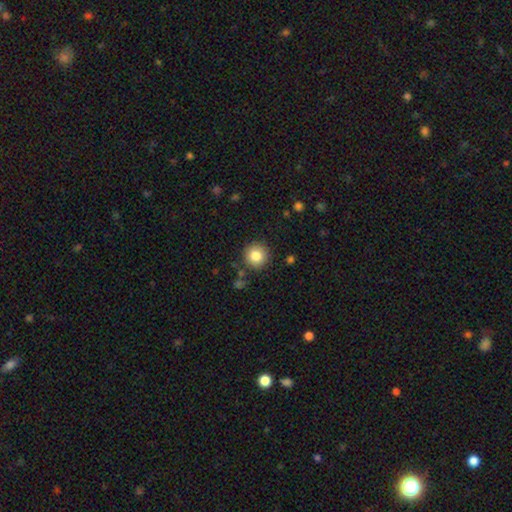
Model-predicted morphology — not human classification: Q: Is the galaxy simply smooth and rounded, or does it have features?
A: smooth — 83%.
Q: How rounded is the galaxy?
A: round — 94%.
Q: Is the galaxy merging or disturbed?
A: none — 88%.